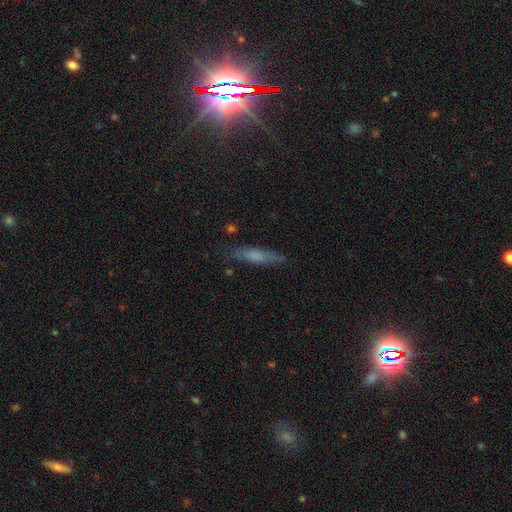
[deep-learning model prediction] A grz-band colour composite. It shows a smooth galaxy with no disk features (56%) that is cigar-shaped (82%). Merging: none (78%).